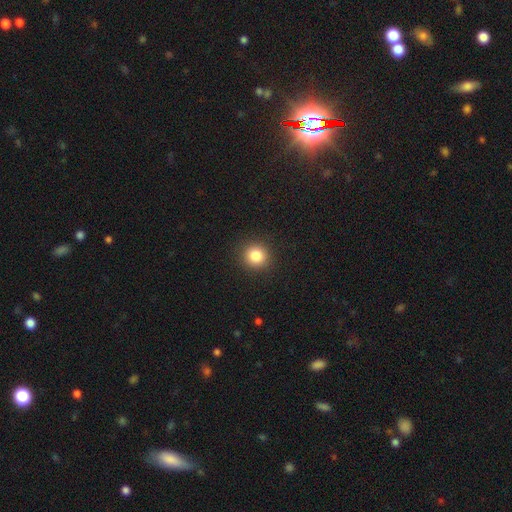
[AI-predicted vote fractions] Smooth or featured? Predicted: smooth (p=0.84). How rounded? Predicted: round (p=0.91). Merging? Predicted: none (p=0.91).